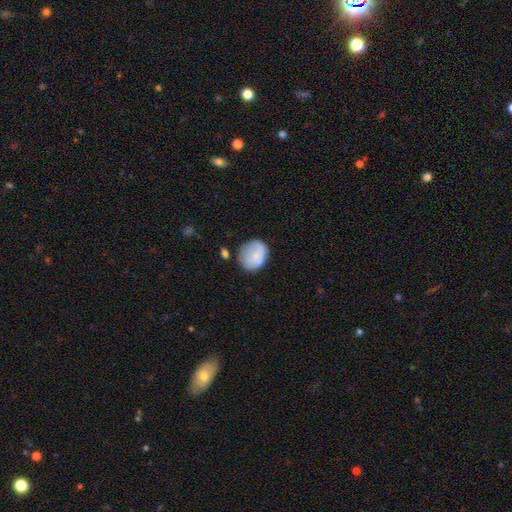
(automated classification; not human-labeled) Morphology: type=smooth (78%); roundness=round (60%); merging=none (60%).